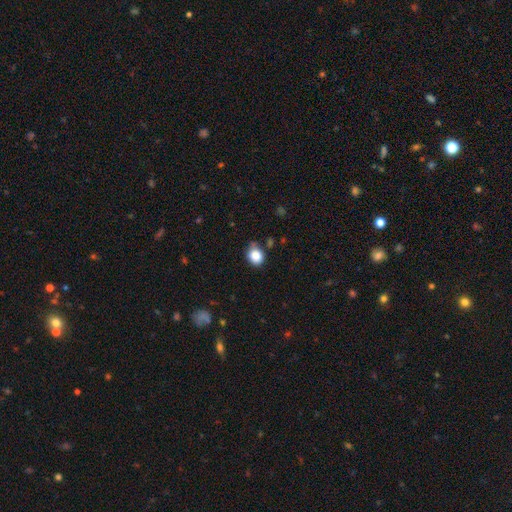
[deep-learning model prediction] The model was most divided on "how rounded": round: 64%, in between: 35%, cigar-shaped: 1%. More confident: smooth or featured — smooth (85%); merging — none (67%).